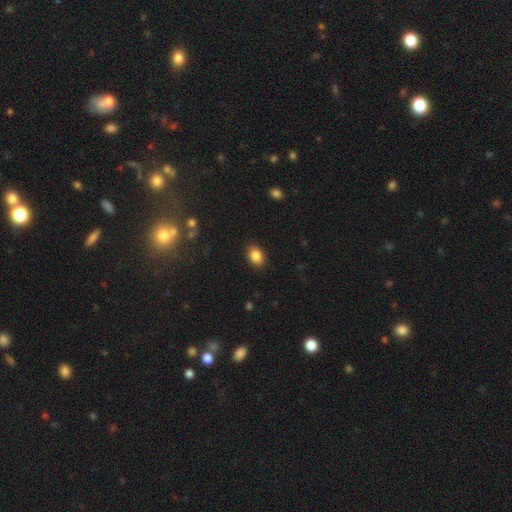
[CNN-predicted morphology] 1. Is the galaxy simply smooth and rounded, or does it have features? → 86% smooth, 9% star or artifact, 5% featured or disk.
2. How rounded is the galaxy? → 80% in between, 19% round, 1% cigar-shaped.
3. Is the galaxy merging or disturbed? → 89% none, 8% minor disturbance, 2% major disturbance, 1% merger.